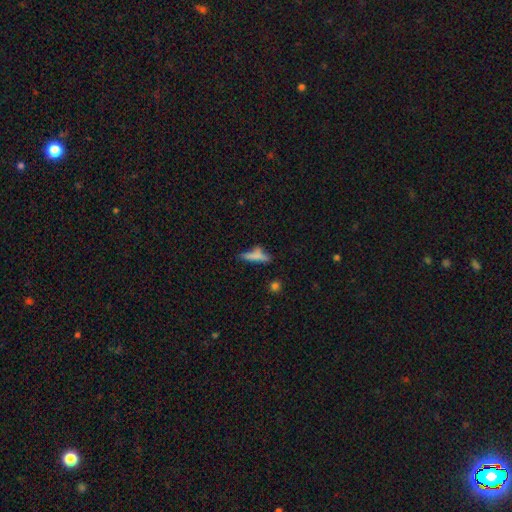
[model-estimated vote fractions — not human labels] Smooth or featured?
  - smooth: 68% *
  - featured or disk: 22%
  - star or artifact: 9%
How rounded?
  - cigar-shaped: 74% *
  - in between: 23%
  - round: 3%
Merging?
  - none: 51% *
  - minor disturbance: 24%
  - major disturbance: 13%
  - merger: 12%